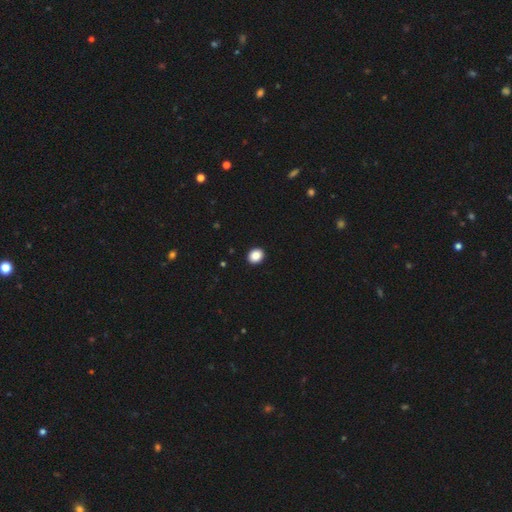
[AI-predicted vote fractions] This appears to be a smooth galaxy with no disk features (87%) that is round (59%). Merging: none (93%).